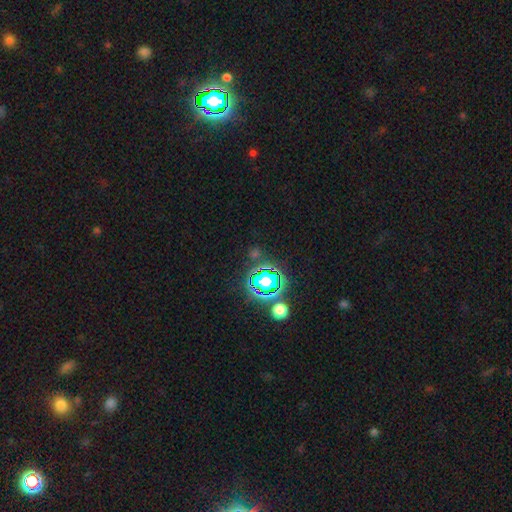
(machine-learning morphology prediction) This is likely a star or artifact rather than a galaxy (72%).